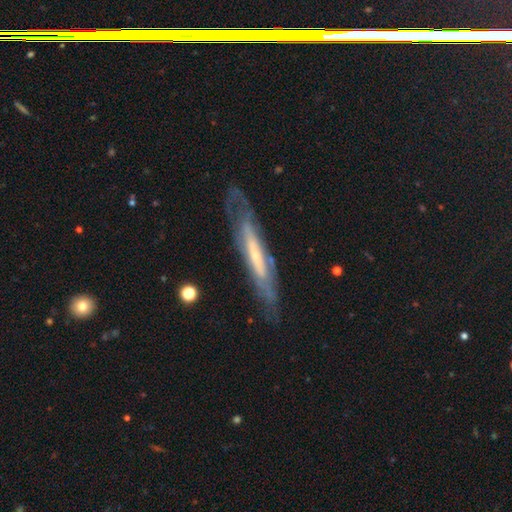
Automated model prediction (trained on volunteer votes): Smooth or featured? Predicted: featured or disk (p=0.72). Edge-on disk? Predicted: yes (p=0.59). Merging? Predicted: none (p=0.72).